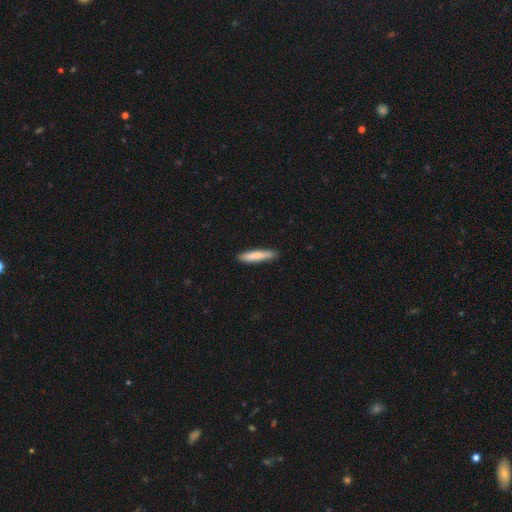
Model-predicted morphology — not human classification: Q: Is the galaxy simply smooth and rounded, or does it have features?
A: smooth — 81%.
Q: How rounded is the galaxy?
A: cigar-shaped — 87%.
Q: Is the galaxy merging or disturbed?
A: none — 88%.